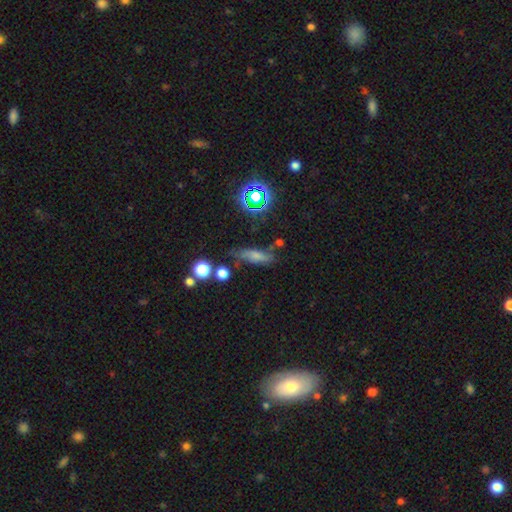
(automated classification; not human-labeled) Smooth or featured? smooth (60%)
How rounded? in between (46%, tied with cigar-shaped)
Merging? none (56%)